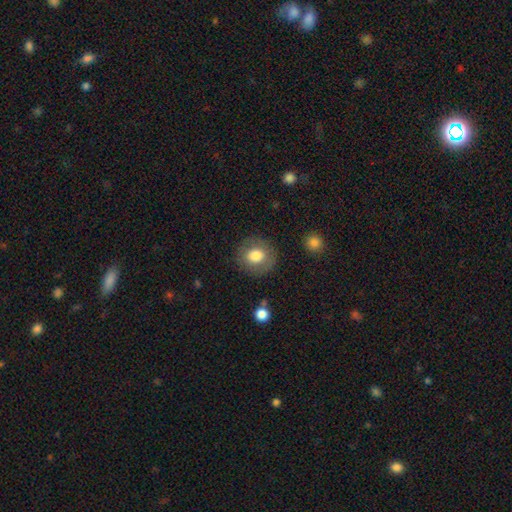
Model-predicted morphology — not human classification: smooth_or_featured: smooth (p=0.77) [alt: featured or disk p=0.15]
how_rounded: round (p=0.86) [alt: in between p=0.13]
merging: none (p=0.86) [alt: minor disturbance p=0.09]